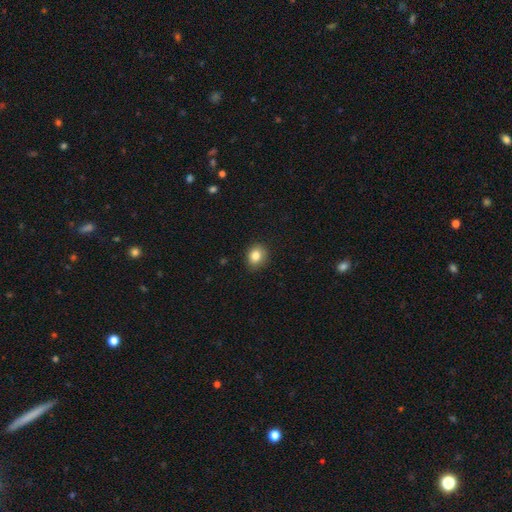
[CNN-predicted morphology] type=smooth (84%); roundness=round (58%); merging=none (85%).